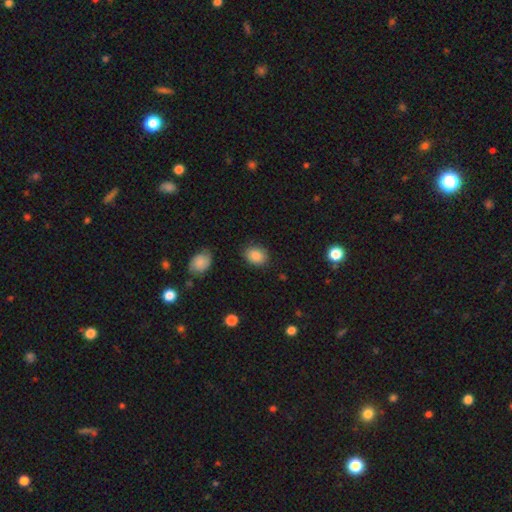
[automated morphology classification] A smooth galaxy with no disk features (86%) that is in between round and cigar-shaped (58%).

Vote fractions:
- Smooth or featured? smooth: 86% / star or artifact: 8% / featured or disk: 6%
- How rounded? in between: 58% / round: 41% / cigar-shaped: 1%
- Merging? none: 84% / minor disturbance: 11% / major disturbance: 3% / merger: 2%